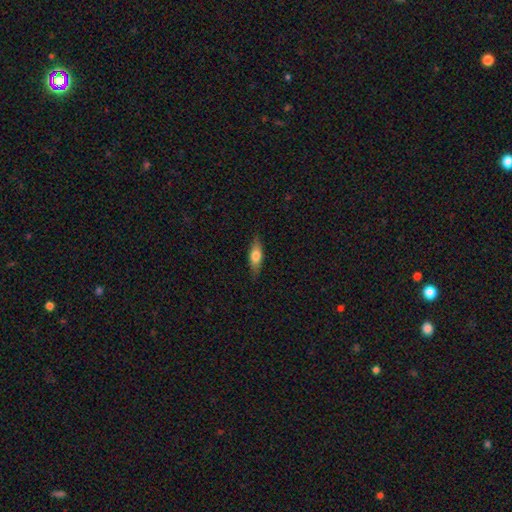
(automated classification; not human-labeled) Smooth or featured?
  - smooth: 66% *
  - featured or disk: 27%
  - star or artifact: 6%
How rounded?
  - in between: 56% *
  - cigar-shaped: 41%
  - round: 3%
Merging?
  - none: 85% *
  - minor disturbance: 12%
  - major disturbance: 2%
  - merger: 1%